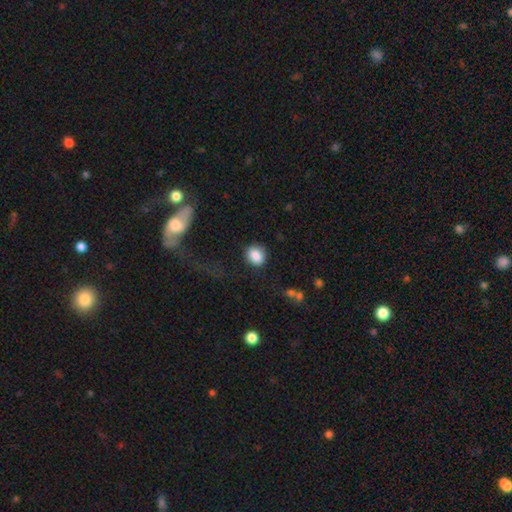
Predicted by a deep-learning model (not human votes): Overall: smooth (86%). How rounded: round (72%). Merging: none (78%).